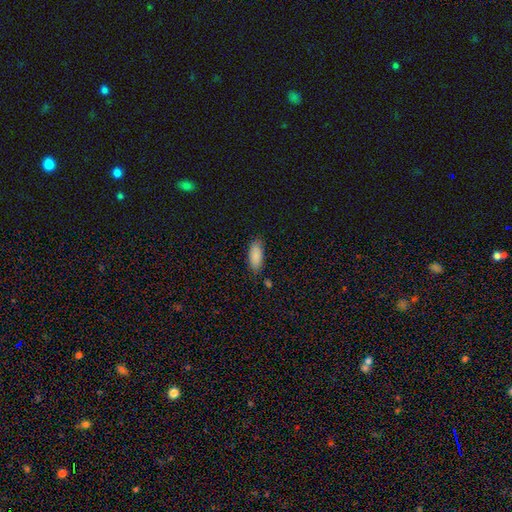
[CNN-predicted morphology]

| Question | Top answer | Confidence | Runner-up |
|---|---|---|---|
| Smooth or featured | smooth | 88% | star or artifact (7%) |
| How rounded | in between | 81% | cigar-shaped (17%) |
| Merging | none | 77% | minor disturbance (17%) |